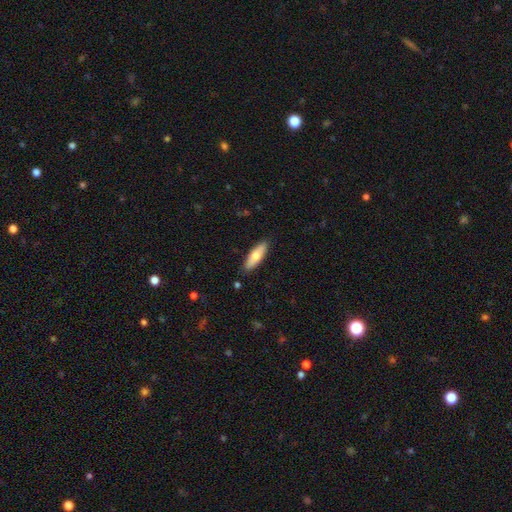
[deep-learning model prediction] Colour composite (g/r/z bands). It shows a smooth galaxy with no disk features (69%) that is in between round and cigar-shaped (56%). Merging: none (88%).